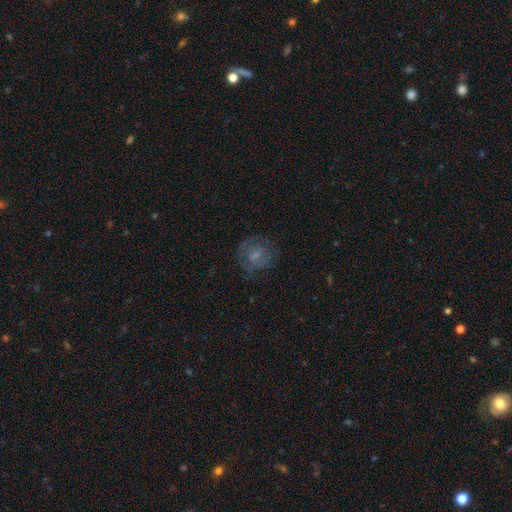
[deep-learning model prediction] Smooth or featured?
  - smooth: 51% *
  - featured or disk: 37%
  - star or artifact: 12%
How rounded?
  - round: 72% *
  - in between: 27%
  - cigar-shaped: 1%
Merging?
  - none: 66% *
  - minor disturbance: 19%
  - major disturbance: 14%
  - merger: 1%